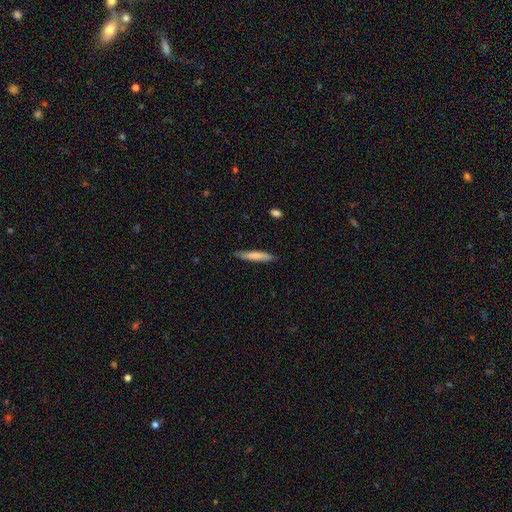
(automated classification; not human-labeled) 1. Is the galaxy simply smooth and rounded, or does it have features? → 73% smooth, 22% featured or disk, 5% star or artifact.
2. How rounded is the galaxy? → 91% cigar-shaped, 8% in between, 1% round.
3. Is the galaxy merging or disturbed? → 86% none, 11% minor disturbance, 2% major disturbance, 1% merger.